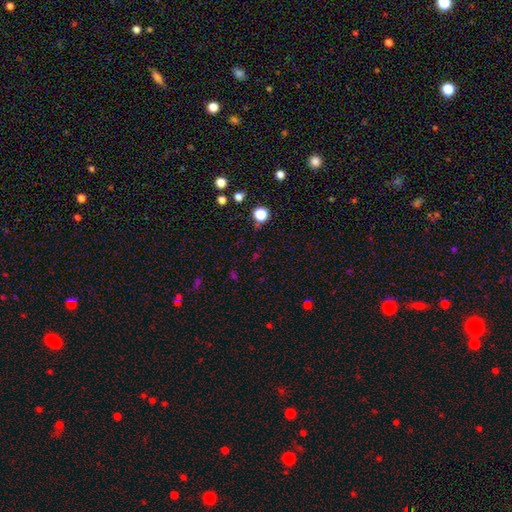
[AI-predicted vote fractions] Smooth or featured? star or artifact (52%)